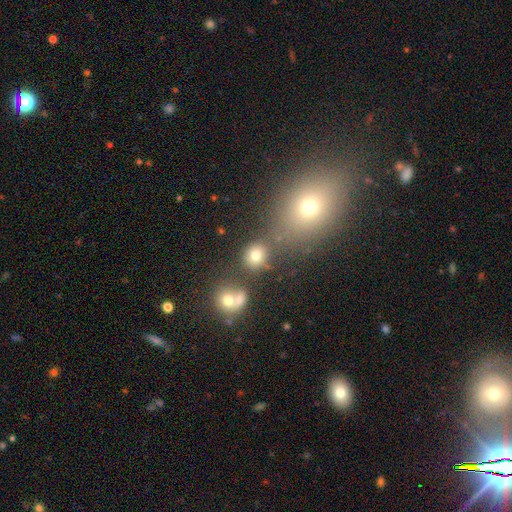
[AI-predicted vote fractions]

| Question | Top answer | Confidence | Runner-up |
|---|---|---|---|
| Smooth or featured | smooth | 75% | star or artifact (16%) |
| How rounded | round | 72% | in between (26%) |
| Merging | none | 70% | merger (14%) |